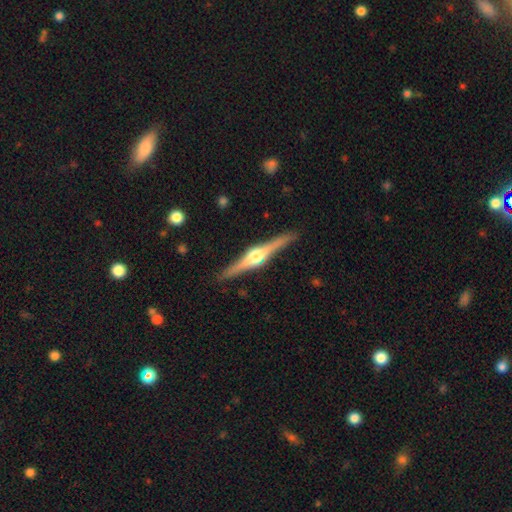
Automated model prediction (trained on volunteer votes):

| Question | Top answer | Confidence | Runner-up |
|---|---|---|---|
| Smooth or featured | featured or disk | 85% | smooth (11%) |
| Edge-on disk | yes | 98% | no (2%) |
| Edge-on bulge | rounded | 95% | boxy (4%) |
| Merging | none | 91% | minor disturbance (7%) |